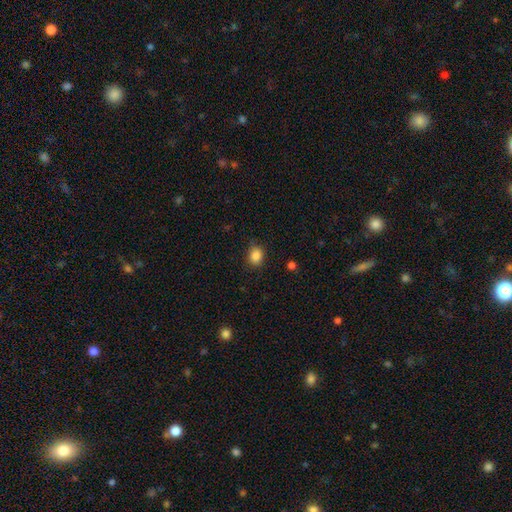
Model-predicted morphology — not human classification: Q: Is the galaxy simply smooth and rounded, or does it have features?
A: smooth — 87%.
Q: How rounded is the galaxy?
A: round — 50%.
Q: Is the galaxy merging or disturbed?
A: none — 83%.